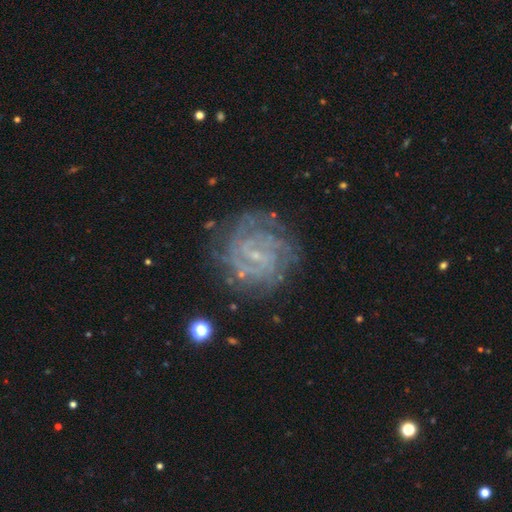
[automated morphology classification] Smooth or featured?
  - featured or disk: 85% *
  - star or artifact: 8%
  - smooth: 7%
Edge-on disk?
  - no: 98% *
  - yes: 2%
Bar?
  - weak: 48% *
  - no: 36%
  - strong: 16%
Spiral arms?
  - yes: 96% *
  - no: 4%
Spiral winding?
  - tight: 72% *
  - medium: 24%
  - loose: 5%
Spiral arm count?
  - can't tell: 30% *
  - 2: 22%
  - 3: 17%
  - 4: 15%
  - more than 4: 9%
  - 1: 7%
Bulge size?
  - small: 77% *
  - none: 13%
  - moderate: 8%
  - large: 1%
  - dominant: 1%
Merging?
  - none: 77% *
  - minor disturbance: 15%
  - major disturbance: 7%
  - merger: 2%